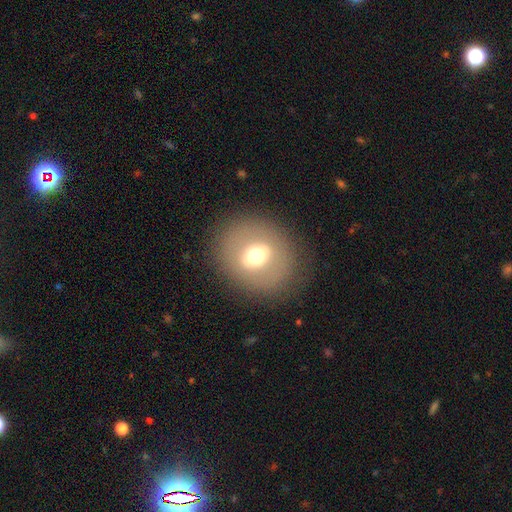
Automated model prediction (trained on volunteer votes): A smooth galaxy with no disk features (50%) that is round (78%). Merging: none (84%).